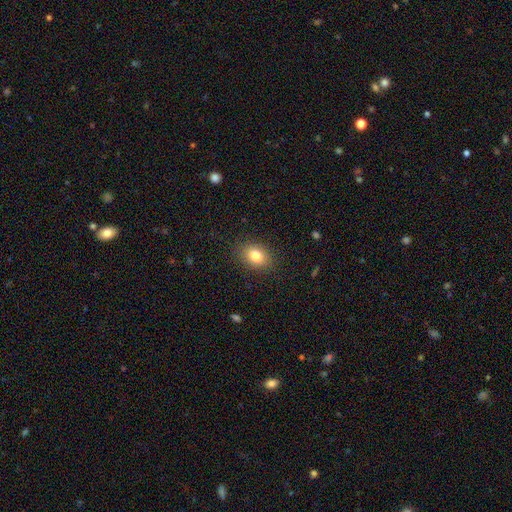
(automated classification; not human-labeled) Smooth or featured: smooth — 82% (star or artifact — 10%)
How rounded: in between — 69% (round — 30%)
Merging: none — 87% (minor disturbance — 9%)